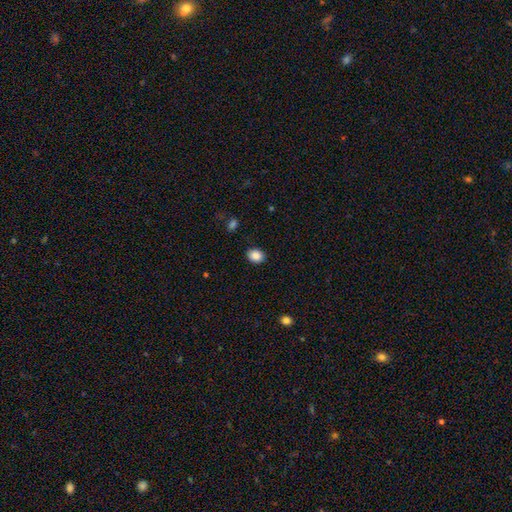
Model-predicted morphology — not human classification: Overall: smooth (87%). How rounded: in between (54%; round 45%). Merging: none (88%).